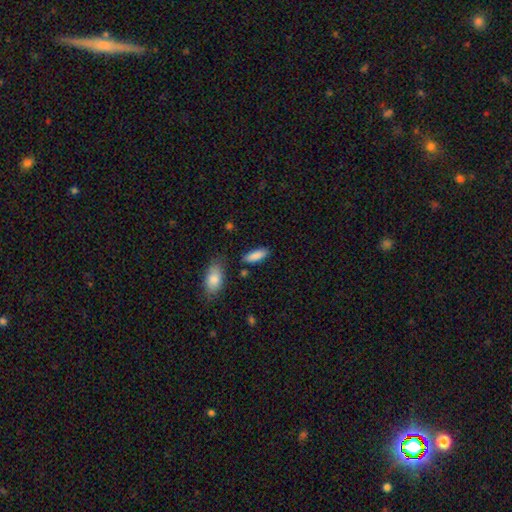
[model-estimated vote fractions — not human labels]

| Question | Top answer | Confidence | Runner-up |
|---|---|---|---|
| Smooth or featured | smooth | 88% | featured or disk (6%) |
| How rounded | in between | 59% | cigar-shaped (39%) |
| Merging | none | 81% | minor disturbance (12%) |